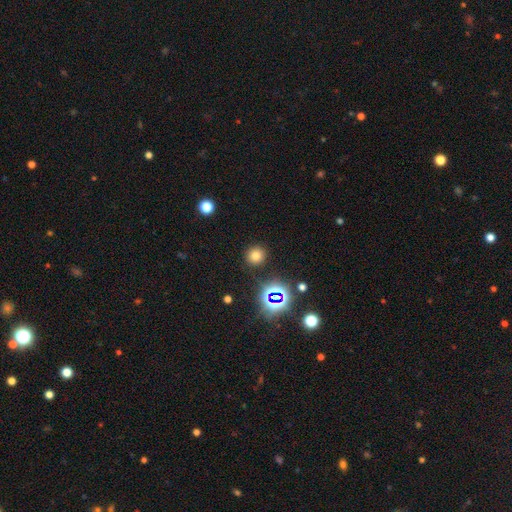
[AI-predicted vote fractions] This is likely a smooth galaxy (70%). How rounded: clearly round (92%). Merging: clearly none (89%).